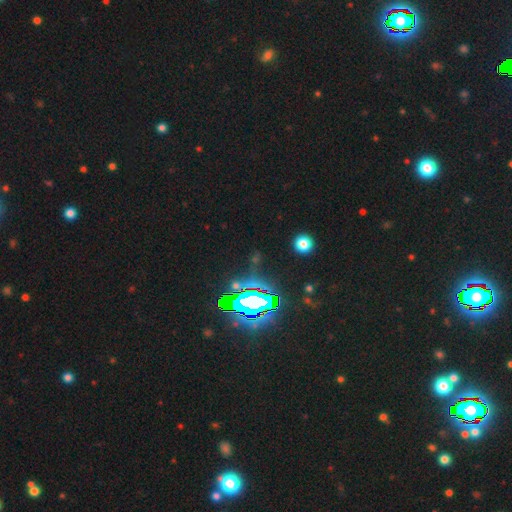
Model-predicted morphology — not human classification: Smooth or featured? star or artifact (76%)